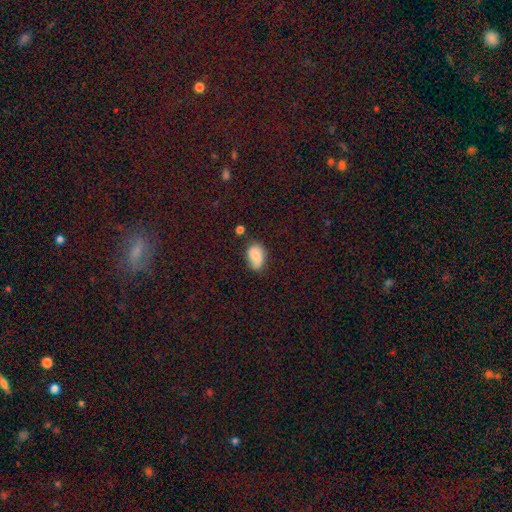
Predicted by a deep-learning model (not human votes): smooth 74%, featured or disk 15%, star or artifact 11%. Down the decision tree: how rounded — in between (88%); merging — none (65%).